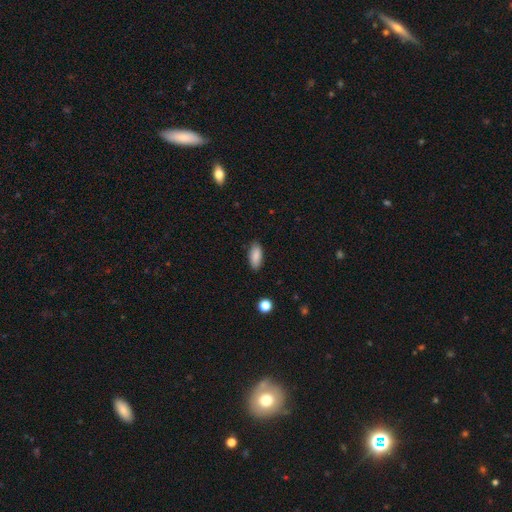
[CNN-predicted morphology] type=smooth (88%); roundness=in between (85%); merging=none (87%).